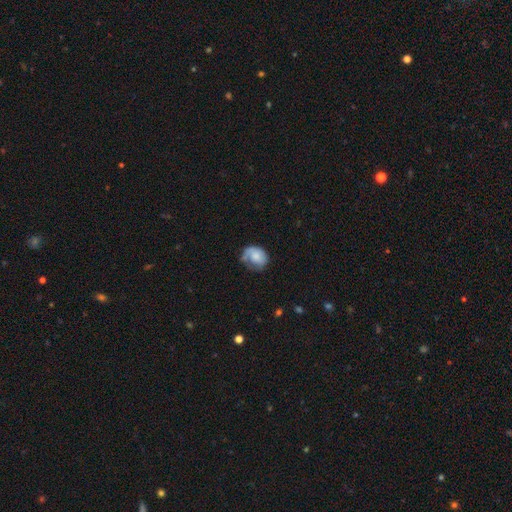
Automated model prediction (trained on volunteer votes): Overall: smooth (57%; featured or disk 35%). How rounded: in between (53%; round 46%). Merging: none (43%; minor disturbance 32%).